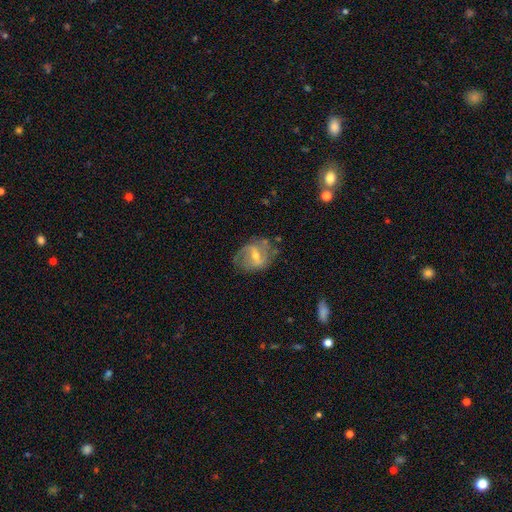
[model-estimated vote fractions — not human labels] Smooth or featured: featured or disk — 74% (smooth — 19%)
Edge-on disk: no — 96% (yes — 4%)
Bar: weak — 49% (strong — 34%)
Spiral arms: yes — 84% (no — 16%)
Spiral winding: medium — 43% (loose — 34%)
Spiral arm count: 2 — 71% (can't tell — 15%)
Bulge size: moderate — 54% (small — 41%)
Merging: none — 64% (minor disturbance — 23%)